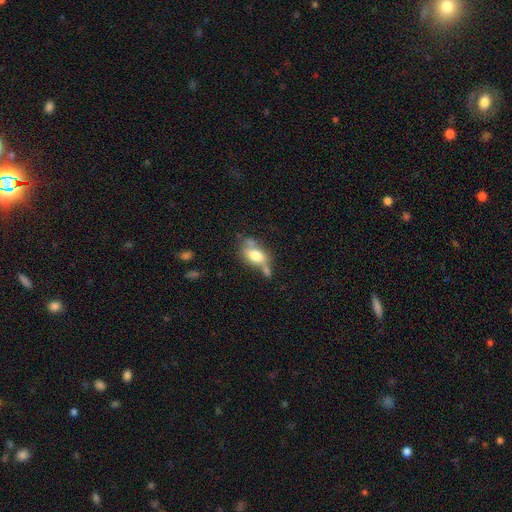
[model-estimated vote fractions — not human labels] Q: Smooth or featured?
A: smooth (67%); runner-up: featured or disk (25%)
Q: How rounded?
A: in between (84%); runner-up: round (10%)
Q: Merging?
A: none (39%); runner-up: merger (28%)